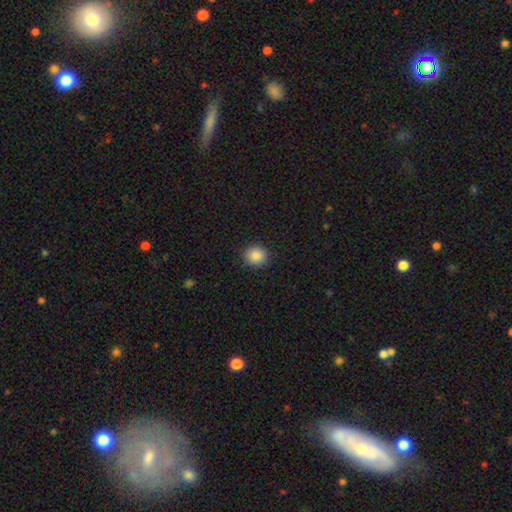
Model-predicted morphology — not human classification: Overall: smooth (88%). How rounded: round (87%). Merging: none (91%).